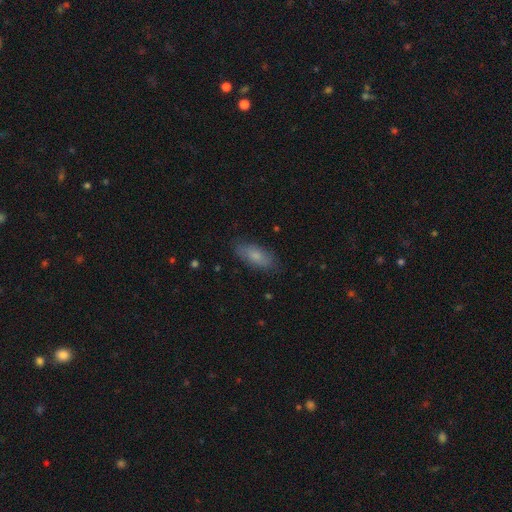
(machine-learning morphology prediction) smooth 76%, featured or disk 17%, star or artifact 7%. Down the decision tree: how rounded — in between (80%); merging — none (81%).